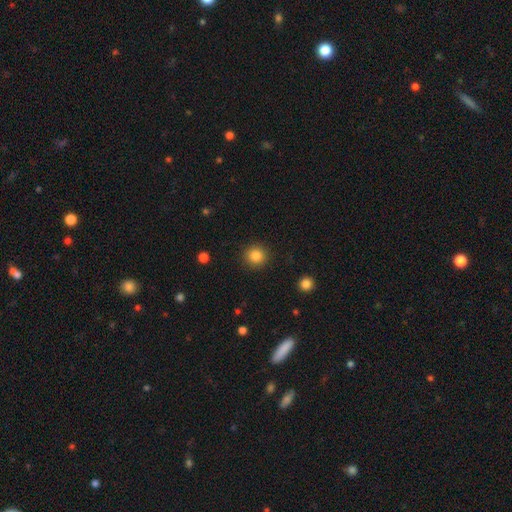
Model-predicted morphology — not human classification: Smooth or featured?
  - smooth: 85% *
  - star or artifact: 11%
  - featured or disk: 5%
How rounded?
  - round: 93% *
  - in between: 6%
  - cigar-shaped: 1%
Merging?
  - none: 91% *
  - minor disturbance: 6%
  - major disturbance: 2%
  - merger: 1%